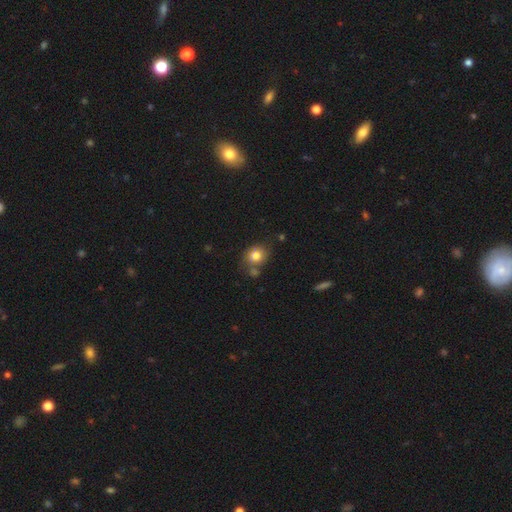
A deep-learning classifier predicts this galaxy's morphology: The model was most divided on "how rounded": round: 60%, in between: 39%, cigar-shaped: 1%. More confident: smooth or featured — smooth (79%); merging — none (59%).